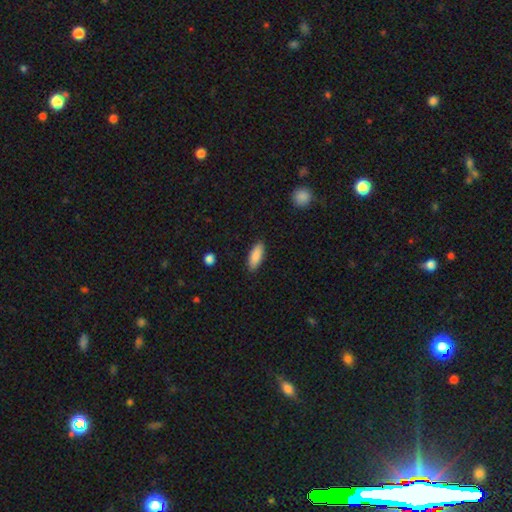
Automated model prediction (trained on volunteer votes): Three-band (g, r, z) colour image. It shows a smooth galaxy with no disk features (88%) that is in between round and cigar-shaped (70%). Merging: none (88%).